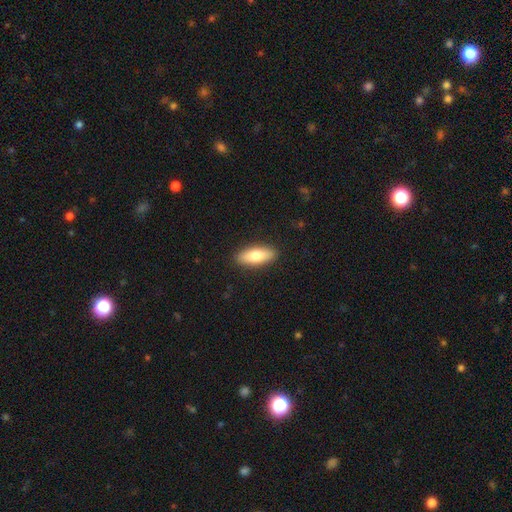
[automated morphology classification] Q: Smooth or featured?
A: smooth (76%); runner-up: featured or disk (18%)
Q: How rounded?
A: in between (70%); runner-up: cigar-shaped (27%)
Q: Merging?
A: none (90%); runner-up: minor disturbance (7%)